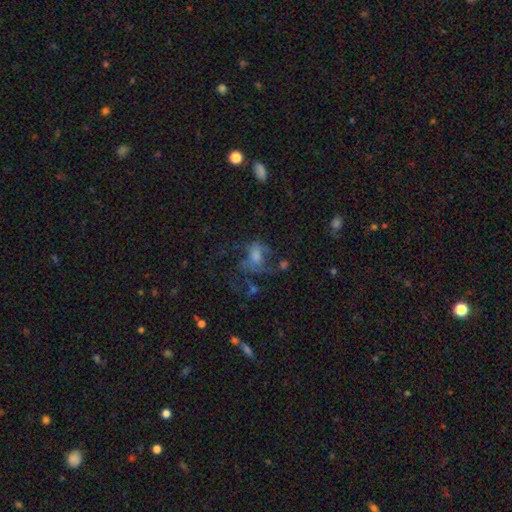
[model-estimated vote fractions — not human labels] A featured or disk galaxy (51%).

Vote fractions:
- Smooth or featured? featured or disk: 51% / smooth: 29% / star or artifact: 21%
- Edge-on disk? no: 96% / yes: 4%
- Merging? major disturbance: 40% / none: 38% / minor disturbance: 17% / merger: 5%